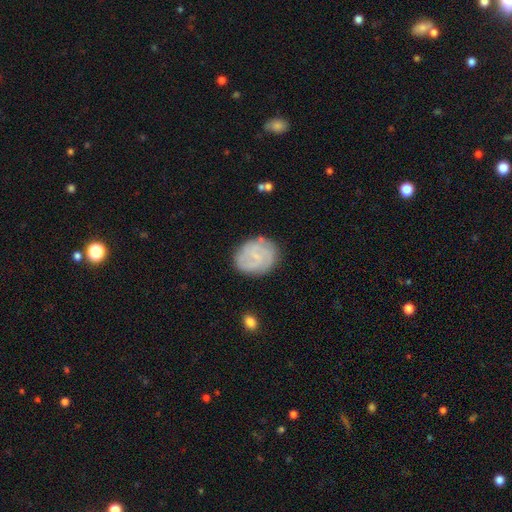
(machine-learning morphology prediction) smooth-or-featured: featured or disk: 62% | smooth: 30% | star or artifact: 7%
  disk-edge-on: no: 98% | yes: 2%
    bar: weak: 47% | no: 43% | strong: 9%
    has-spiral-arms: yes: 87% | no: 13%
      spiral-winding: tight: 52% | medium: 36% | loose: 12%
      spiral-arm-count: 2: 35% | can't tell: 32% | 3: 18% | 4: 6% | 1: 5% | more than 4: 4%
    bulge-size: small: 57% | none: 31% | moderate: 10% | large: 1% | dominant: 1%
  merging: none: 80% | minor disturbance: 14% | major disturbance: 4% | merger: 2%